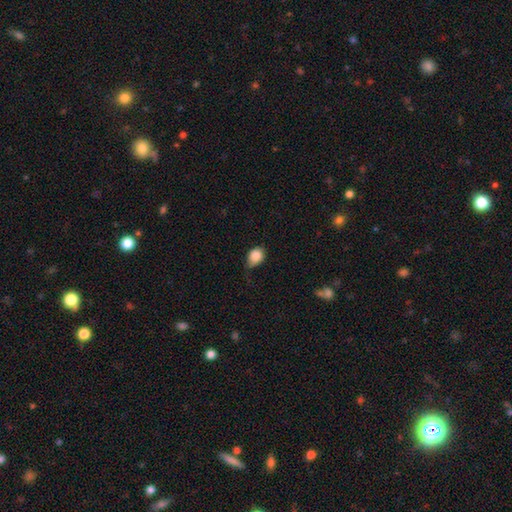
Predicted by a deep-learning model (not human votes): Morphology: type=smooth (86%); roundness=in between (53%); merging=none (44%).